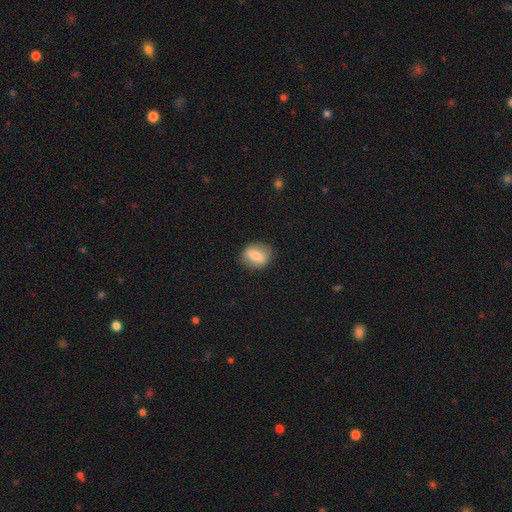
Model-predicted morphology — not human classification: smooth_or_featured: smooth (p=0.63) [alt: featured or disk p=0.30]
how_rounded: round (p=0.50) [alt: in between p=0.47]
merging: none (p=0.83) [alt: minor disturbance p=0.12]